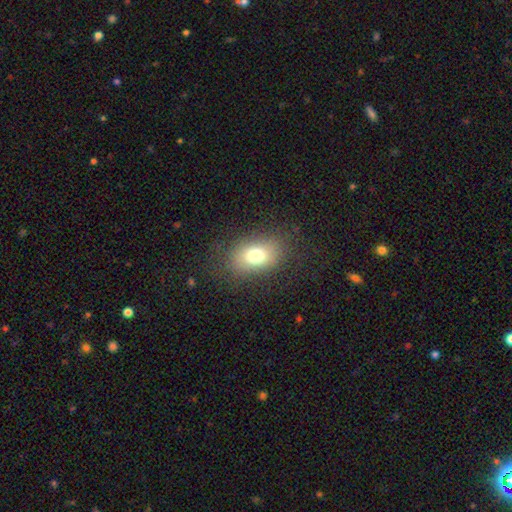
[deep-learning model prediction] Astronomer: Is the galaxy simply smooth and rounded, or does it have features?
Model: smooth — 75%.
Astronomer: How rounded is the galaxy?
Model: in between — 77%.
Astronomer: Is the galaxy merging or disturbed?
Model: none — 80%.